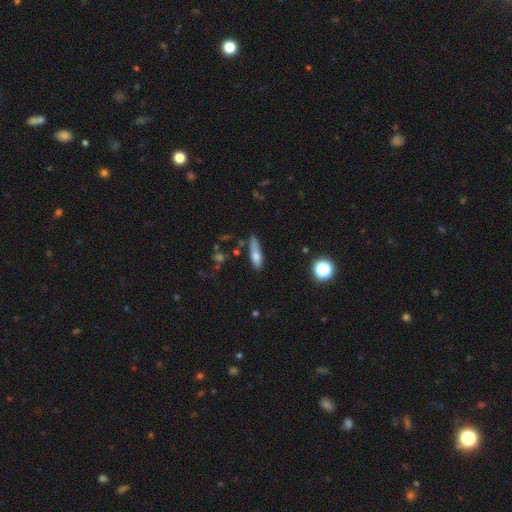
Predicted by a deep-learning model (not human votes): A smooth galaxy with no disk features (69%) that is cigar-shaped (54%). Merging: none (54%).